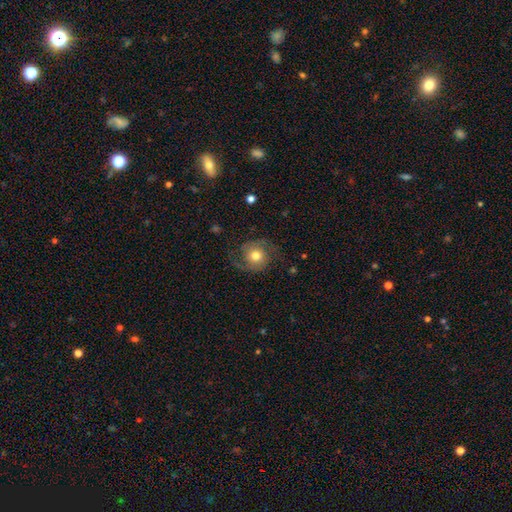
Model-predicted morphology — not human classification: Smooth or featured: featured or disk — 68% (smooth — 24%)
Edge-on disk: no — 97% (yes — 3%)
Bar: no — 77% (weak — 19%)
Spiral arms: yes — 92% (no — 8%)
Spiral winding: medium — 48% (loose — 36%)
Spiral arm count: 2 — 92% (can't tell — 3%)
Bulge size: moderate — 69% (large — 17%)
Merging: none — 74% (minor disturbance — 15%)